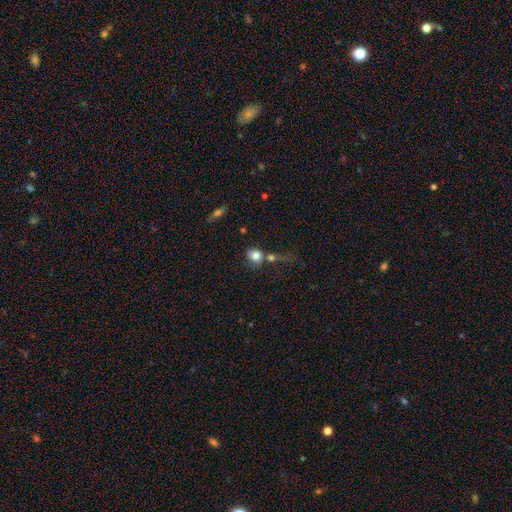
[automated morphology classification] This is likely a smooth galaxy (79%). How rounded: likely round (74%). Merging: marginally none (43%).